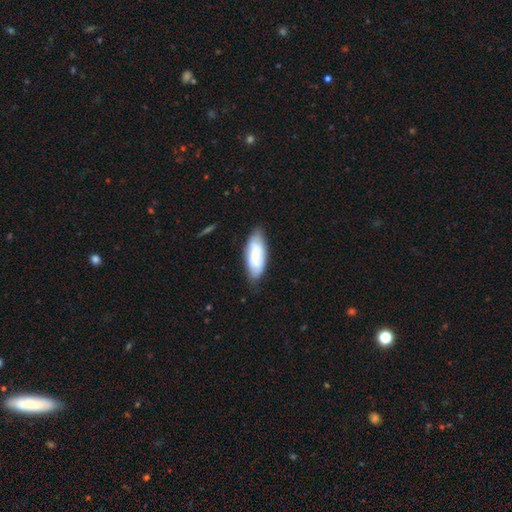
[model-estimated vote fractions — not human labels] The model was most divided on "smooth or featured": smooth: 64%, featured or disk: 30%, star or artifact: 6%. More confident: how rounded — in between (82%); merging — none (71%).